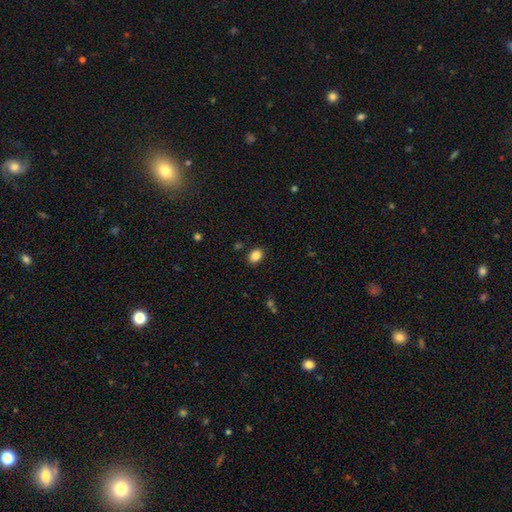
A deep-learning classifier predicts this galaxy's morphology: Smooth or featured? Predicted: smooth (p=0.86). How rounded? Predicted: in between (p=0.70). Merging? Predicted: none (p=0.88).